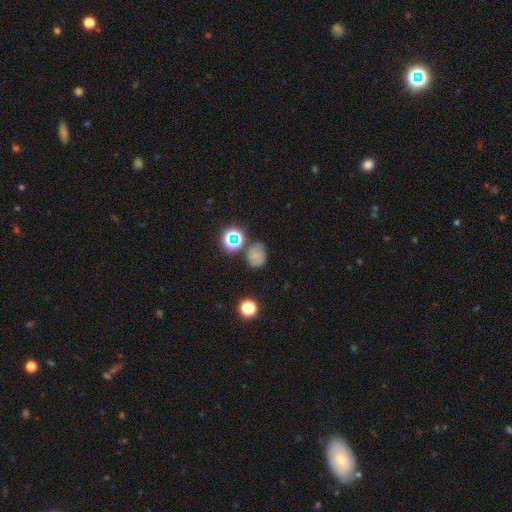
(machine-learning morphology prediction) Q: Smooth or featured?
A: smooth (53%); runner-up: star or artifact (24%)
Q: How rounded?
A: round (65%); runner-up: in between (34%)
Q: Merging?
A: none (65%); runner-up: minor disturbance (19%)